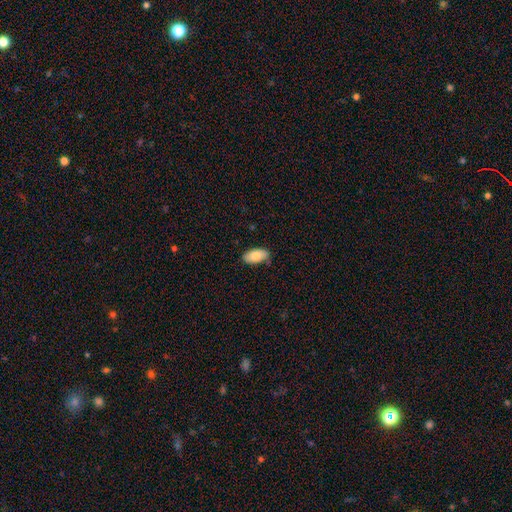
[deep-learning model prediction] Smooth or featured? smooth (81%)
How rounded? in between (94%)
Merging? none (83%)